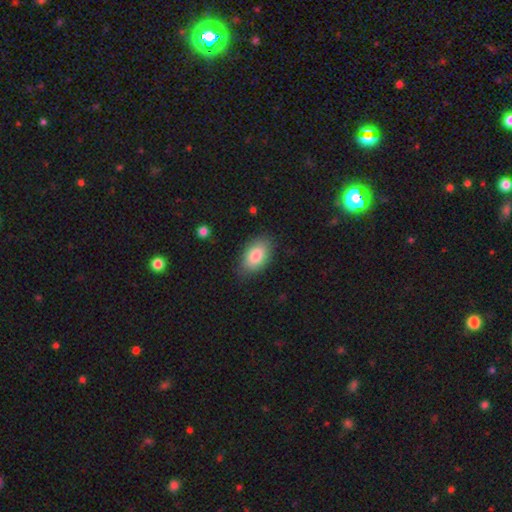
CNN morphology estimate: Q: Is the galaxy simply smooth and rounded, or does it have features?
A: smooth — 85%.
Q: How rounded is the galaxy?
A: in between — 92%.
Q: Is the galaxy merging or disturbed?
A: none — 83%.